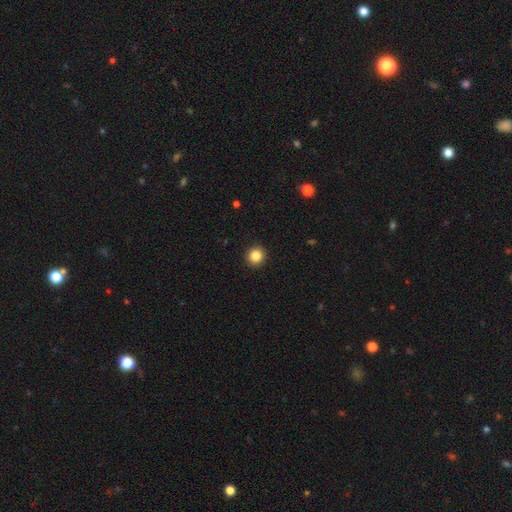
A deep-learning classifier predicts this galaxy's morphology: The model was most divided on "smooth or featured": smooth: 85%, star or artifact: 10%, featured or disk: 5%. More confident: how rounded — round (93%); merging — none (93%).